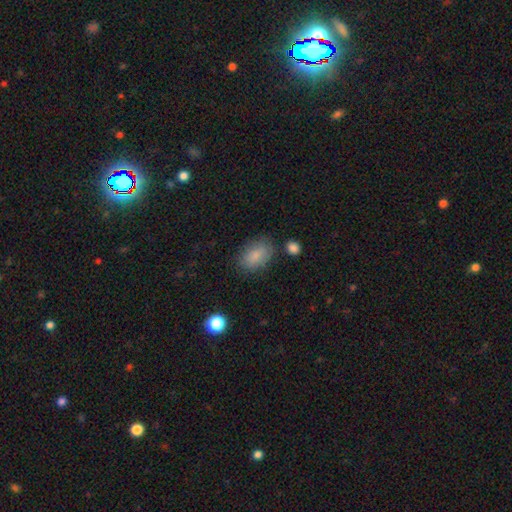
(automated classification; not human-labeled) This is clearly a smooth galaxy (84%). How rounded: clearly in between (88%). Merging: likely none (76%).